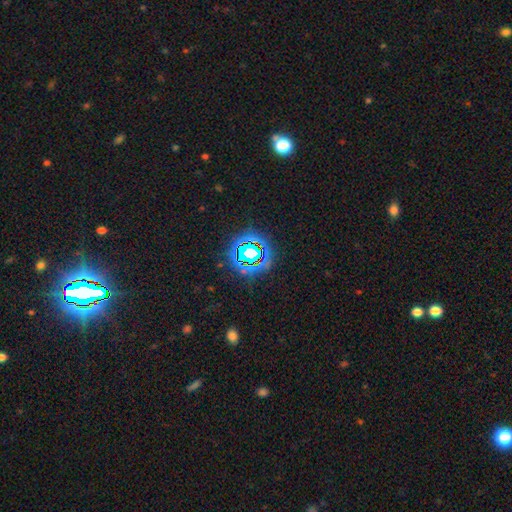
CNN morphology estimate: Smooth or featured: star or artifact — 77% (smooth — 13%)